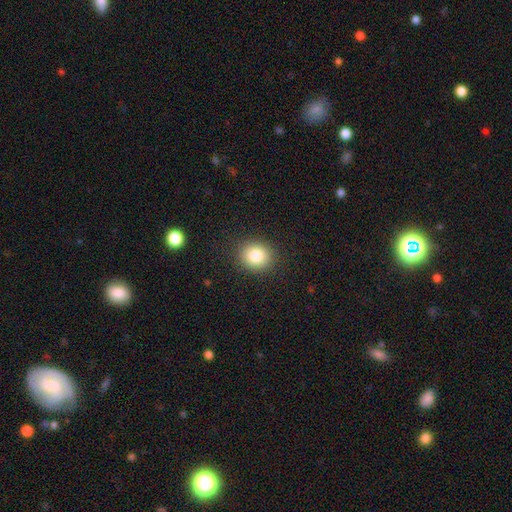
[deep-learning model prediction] Morphology: type=smooth (82%); roundness=round (76%); merging=none (89%).